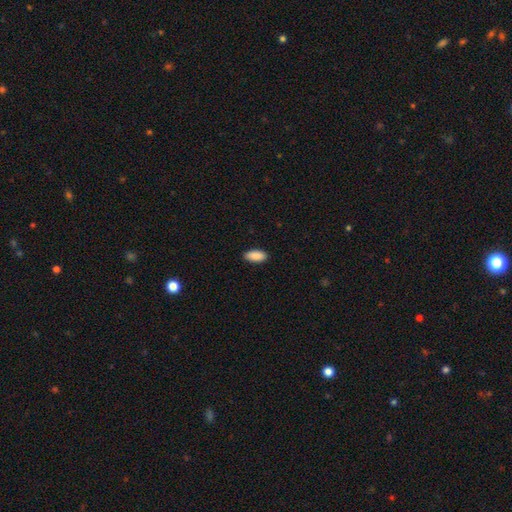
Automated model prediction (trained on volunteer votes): Smooth or featured: smooth — 91% (star or artifact — 6%)
How rounded: in between — 90% (cigar-shaped — 8%)
Merging: none — 89% (minor disturbance — 8%)